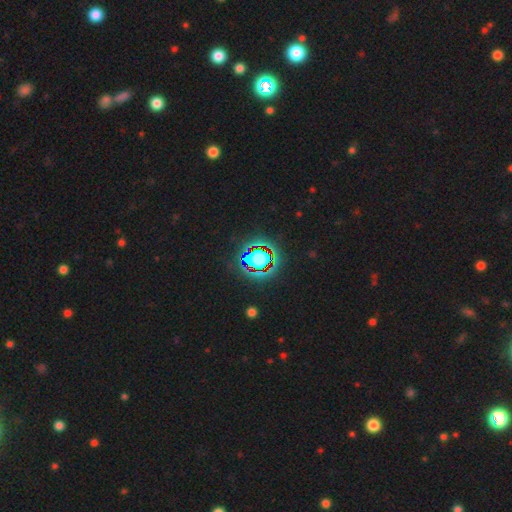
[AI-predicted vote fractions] Smooth or featured? star or artifact (82%)